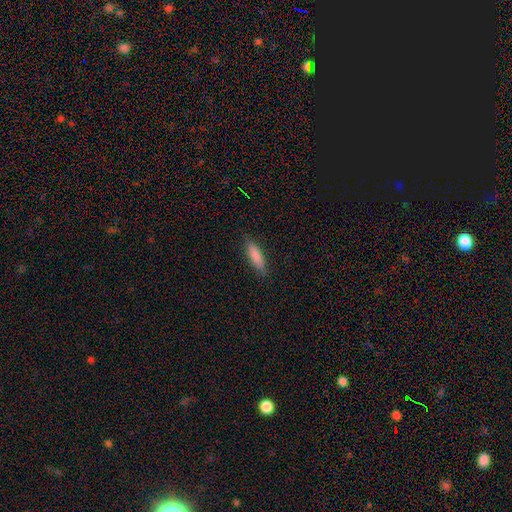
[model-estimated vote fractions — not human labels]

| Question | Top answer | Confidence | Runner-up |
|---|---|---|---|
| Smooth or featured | smooth | 85% | featured or disk (9%) |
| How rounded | cigar-shaped | 62% | in between (37%) |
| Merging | none | 85% | minor disturbance (11%) |